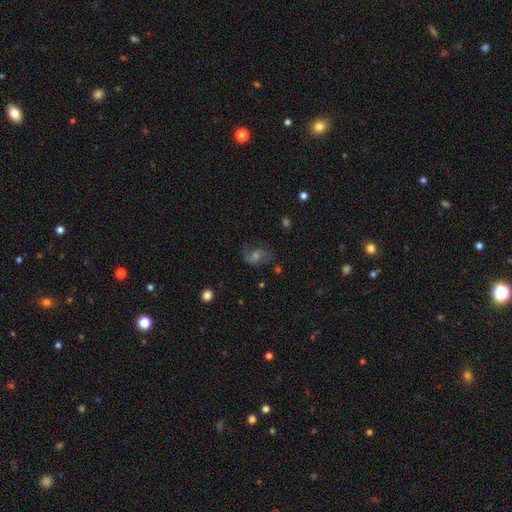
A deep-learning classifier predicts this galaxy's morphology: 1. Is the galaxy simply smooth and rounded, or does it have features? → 70% featured or disk, 16% smooth, 15% star or artifact.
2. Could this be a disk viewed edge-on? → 97% no, 3% yes.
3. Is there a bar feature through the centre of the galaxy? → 47% no, 42% weak, 11% strong.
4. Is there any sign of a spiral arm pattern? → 92% yes, 8% no.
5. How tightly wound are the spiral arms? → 44% medium, 43% loose, 13% tight.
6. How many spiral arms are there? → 84% 2, 7% can't tell, 5% 1, 2% 3, 1% 4, 1% more than 4.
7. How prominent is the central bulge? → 48% moderate, 38% small, 7% none, 6% large, 2% dominant.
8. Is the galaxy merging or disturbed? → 71% none, 17% minor disturbance, 11% major disturbance, 2% merger.